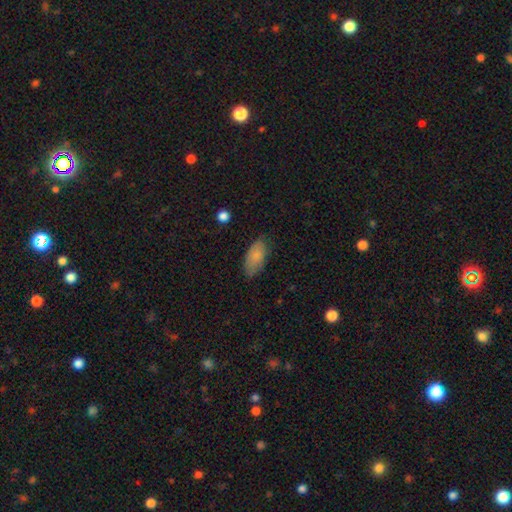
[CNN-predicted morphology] This appears to be a smooth galaxy with no disk features (81%) that is in between round and cigar-shaped (91%). Merging: none (73%).